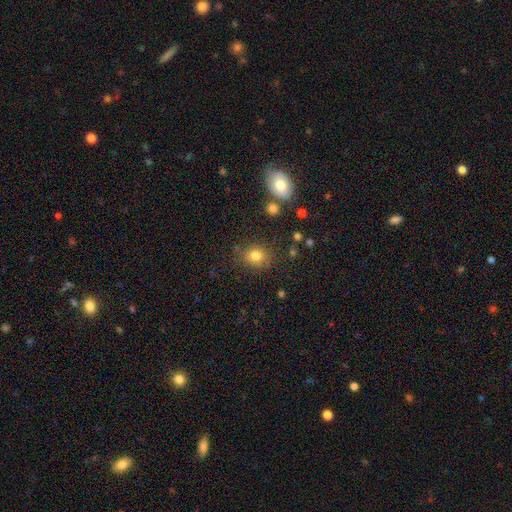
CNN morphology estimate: smooth 79%, star or artifact 14%, featured or disk 8%. Down the decision tree: how rounded — round (67%); merging — none (81%).